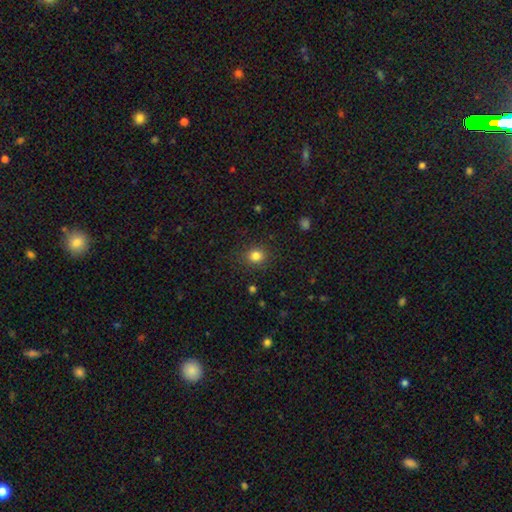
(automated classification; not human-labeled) Smooth or featured? smooth (83%)
How rounded? round (78%)
Merging? none (88%)